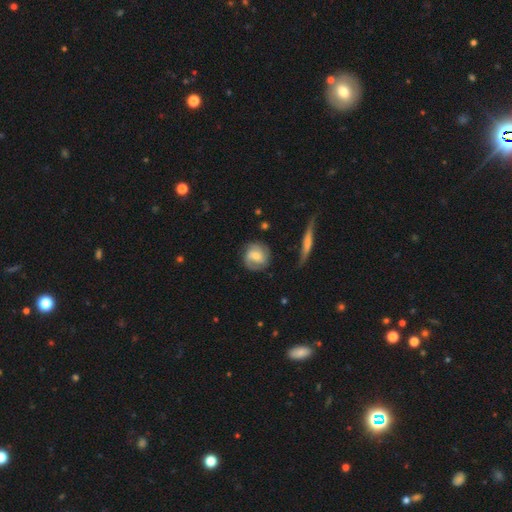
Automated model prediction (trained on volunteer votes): This is possibly a featured or disk galaxy (59%). It is clearly not viewed edge-on (95%). Bar: possibly weak (45%). Spiral arm pattern: clearly yes (89%). Central bulge: possibly moderate (54%). Merging: likely none (76%).